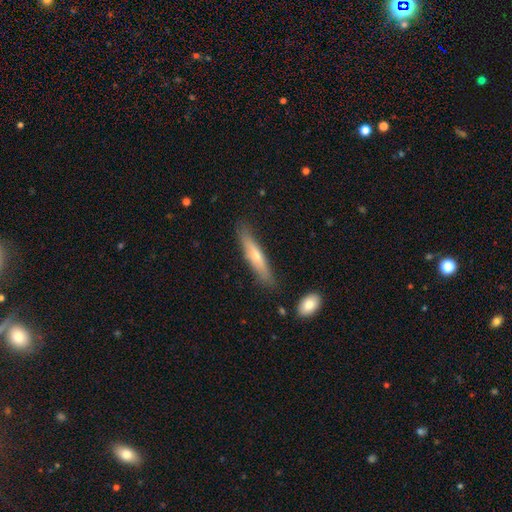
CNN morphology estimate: type=smooth (52%); roundness=cigar-shaped (87%); merging=none (82%).